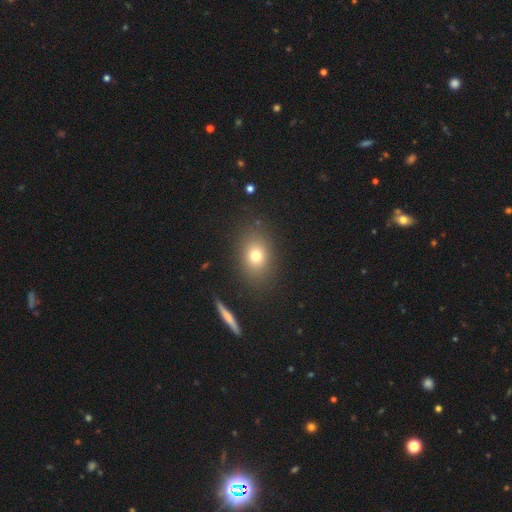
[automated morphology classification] Smooth or featured? smooth (74%)
How rounded? in between (60%)
Merging? none (84%)